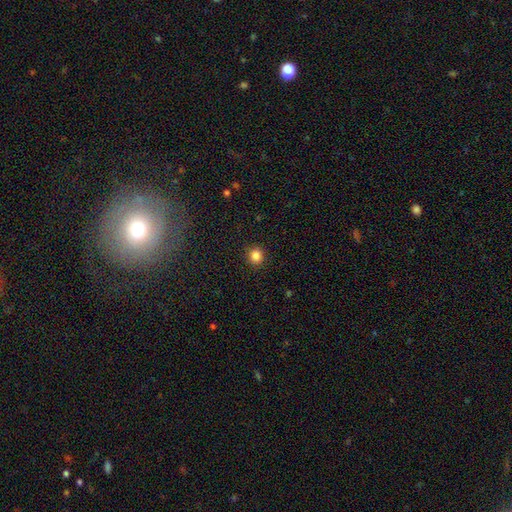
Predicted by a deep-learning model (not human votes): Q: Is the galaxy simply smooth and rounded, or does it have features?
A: smooth — 85%.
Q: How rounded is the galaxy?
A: round — 87%.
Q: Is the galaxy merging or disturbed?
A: none — 91%.